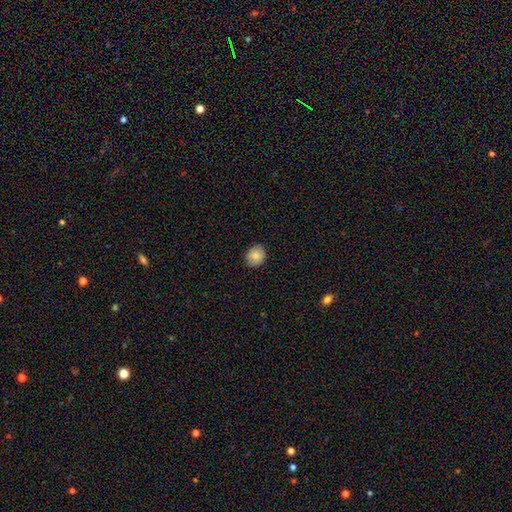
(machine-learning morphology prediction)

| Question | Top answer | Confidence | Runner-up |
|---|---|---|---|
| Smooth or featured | smooth | 81% | featured or disk (11%) |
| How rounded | round | 63% | in between (36%) |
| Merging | none | 86% | minor disturbance (11%) |